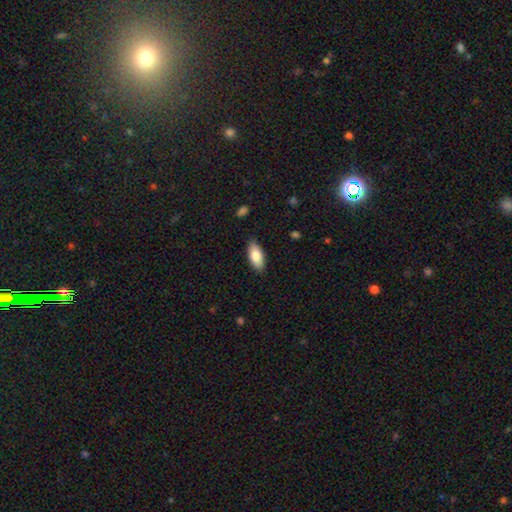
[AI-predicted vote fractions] Q: Smooth or featured?
A: smooth (82%); runner-up: featured or disk (12%)
Q: How rounded?
A: in between (87%); runner-up: cigar-shaped (11%)
Q: Merging?
A: none (87%); runner-up: minor disturbance (10%)